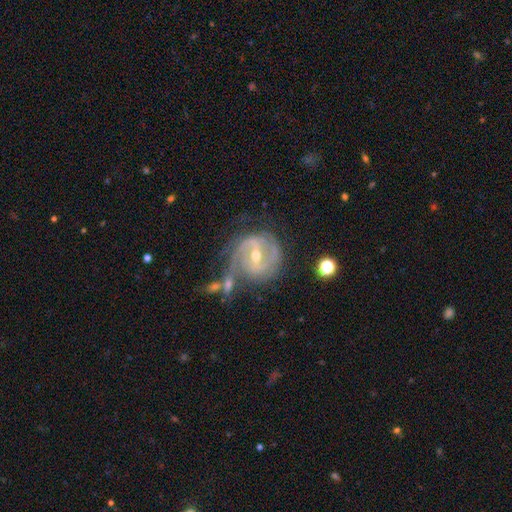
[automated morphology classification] Smooth or featured? featured or disk (88%)
Edge-on disk? no (97%)
Bar? weak (44%)
Spiral arms? yes (95%)
Spiral winding? tight (51%)
Spiral arm count? 2 (64%)
Bulge size? moderate (53%)
Merging? none (58%)